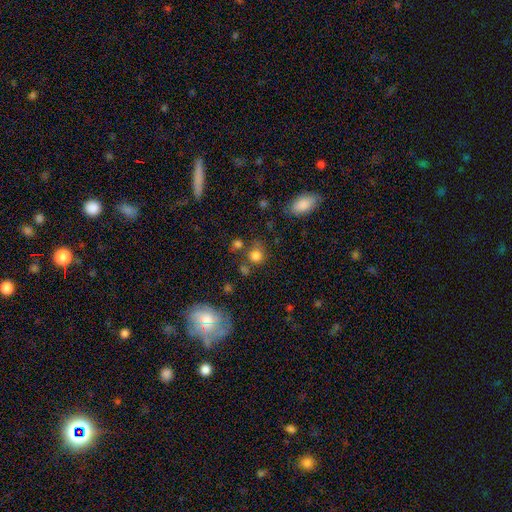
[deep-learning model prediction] This is likely a smooth galaxy (79%). How rounded: likely round (79%). Merging: likely none (66%).